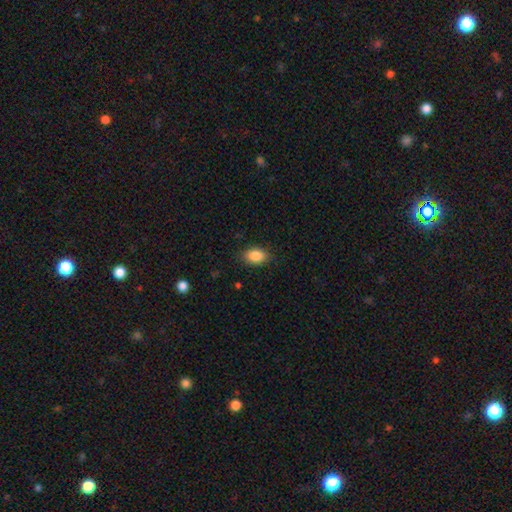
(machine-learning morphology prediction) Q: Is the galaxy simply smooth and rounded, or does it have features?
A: smooth — 87%.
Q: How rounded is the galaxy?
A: in between — 85%.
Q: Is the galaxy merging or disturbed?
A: none — 86%.